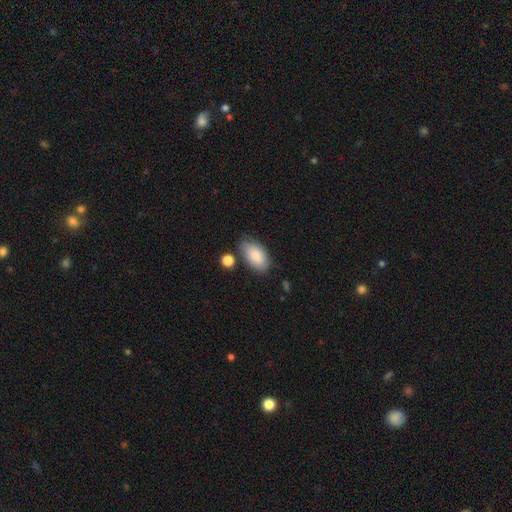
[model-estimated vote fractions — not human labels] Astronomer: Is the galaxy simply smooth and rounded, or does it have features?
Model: smooth — 84%.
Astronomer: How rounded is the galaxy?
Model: in between — 94%.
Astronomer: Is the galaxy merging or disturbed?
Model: none — 71%.